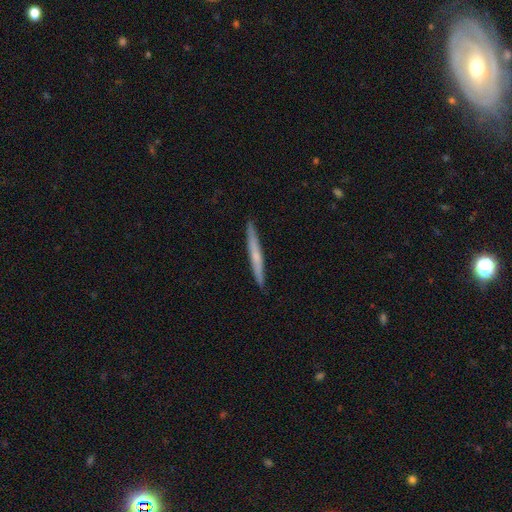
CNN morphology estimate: A featured or disk galaxy (47%, tied with smooth).

Vote fractions:
- Smooth or featured? featured or disk: 47% (tied) / smooth: 47% (tied) / star or artifact: 6%
- Merging? none: 91% / minor disturbance: 7% / major disturbance: 1% / merger: 1%